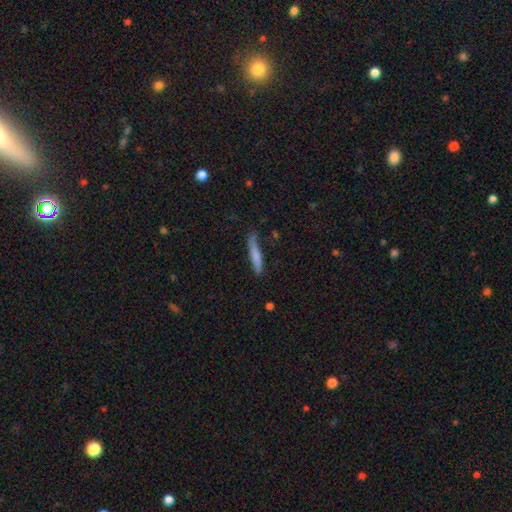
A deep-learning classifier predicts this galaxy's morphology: This is likely a smooth galaxy (75%). How rounded: clearly cigar-shaped (91%). Merging: likely none (71%).